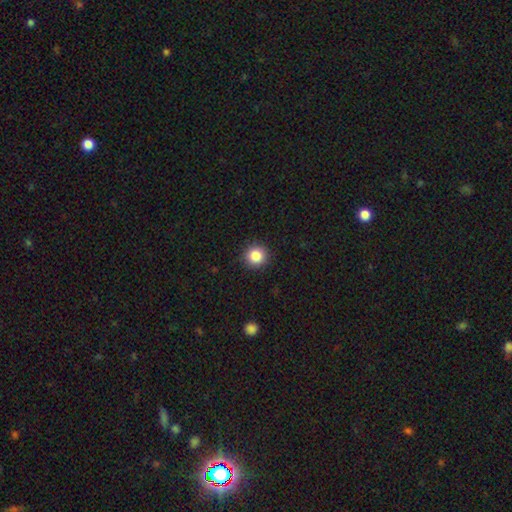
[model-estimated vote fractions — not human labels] smooth-or-featured: smooth: 85% | star or artifact: 10% | featured or disk: 5%
  how-rounded: round: 94% | in between: 5% | cigar-shaped: 1%
  merging: none: 92% | minor disturbance: 6% | major disturbance: 2% | merger: 1%